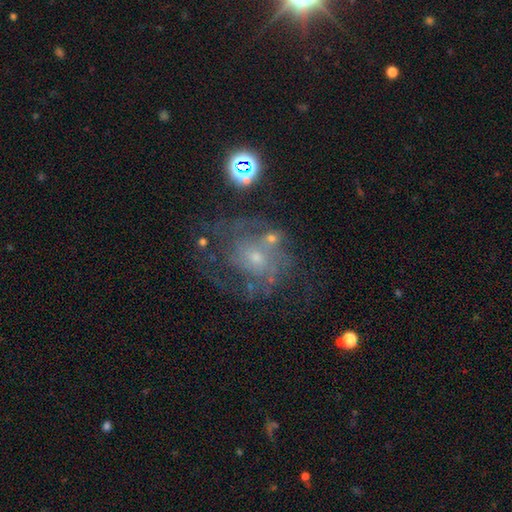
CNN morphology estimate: Smooth or featured: featured or disk — 70% (smooth — 16%)
Edge-on disk: no — 97% (yes — 3%)
Bar: no — 74% (weak — 22%)
Spiral arms: yes — 79% (no — 21%)
Spiral winding: tight — 46% (medium — 39%)
Spiral arm count: can't tell — 46% (2 — 20%)
Bulge size: small — 66% (moderate — 26%)
Merging: none — 51% (major disturbance — 23%)